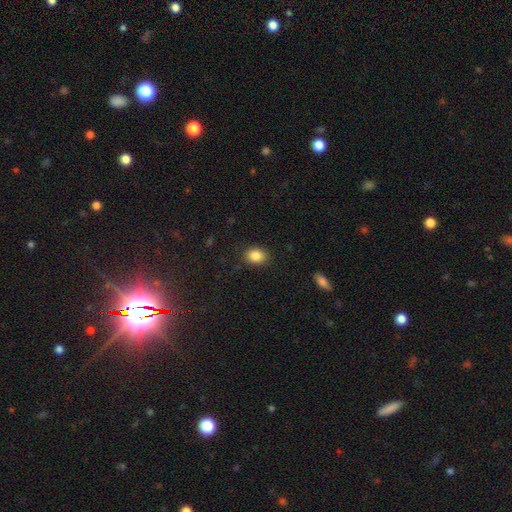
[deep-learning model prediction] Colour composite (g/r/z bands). It shows a smooth galaxy with no disk features (86%) that is in between round and cigar-shaped (58%). Merging: none (86%).